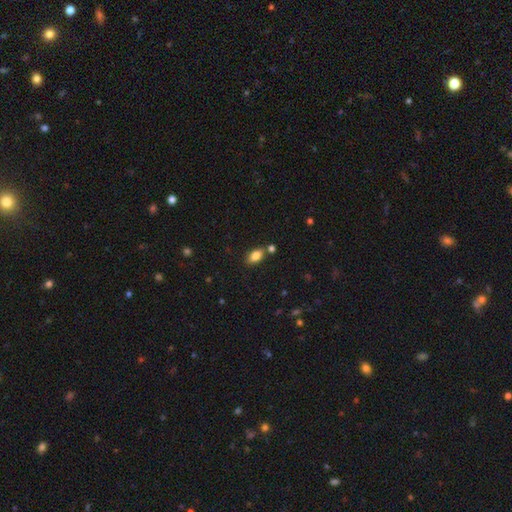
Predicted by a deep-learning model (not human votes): Smooth or featured?
  - smooth: 83% *
  - featured or disk: 9%
  - star or artifact: 9%
How rounded?
  - in between: 90% *
  - round: 6%
  - cigar-shaped: 4%
Merging?
  - none: 74% *
  - minor disturbance: 12%
  - merger: 11%
  - major disturbance: 3%